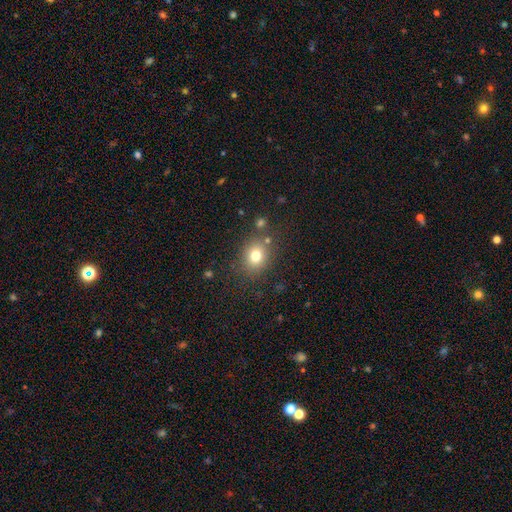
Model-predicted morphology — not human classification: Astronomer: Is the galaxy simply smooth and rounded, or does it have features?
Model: smooth — 76%.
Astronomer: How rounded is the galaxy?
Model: round — 67%.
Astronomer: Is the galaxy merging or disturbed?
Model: none — 80%.